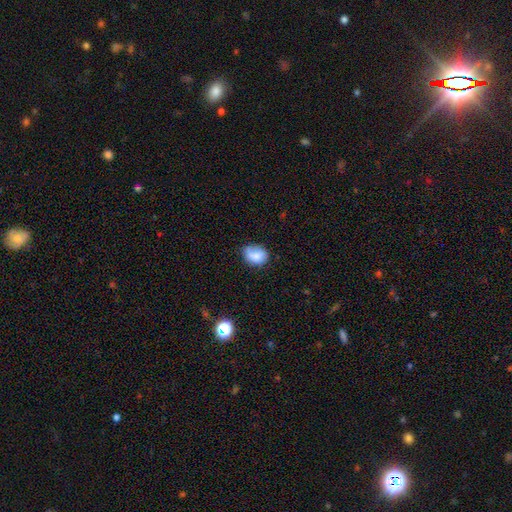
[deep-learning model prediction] This is likely a smooth galaxy (77%). How rounded: likely in between (60%). Merging: possibly none (55%).